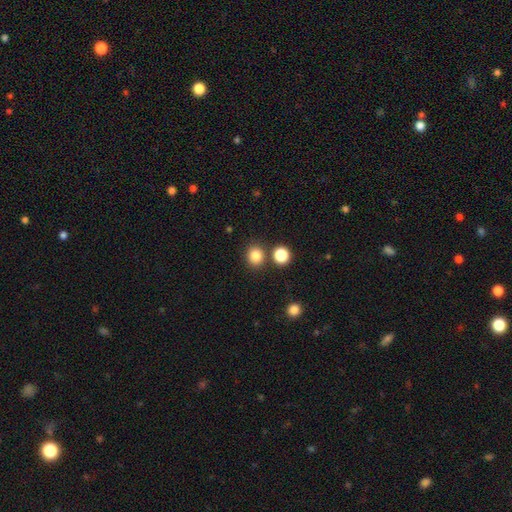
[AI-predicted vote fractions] This appears to be a smooth galaxy with no disk features (83%) that is round (81%). Merging: none (81%).